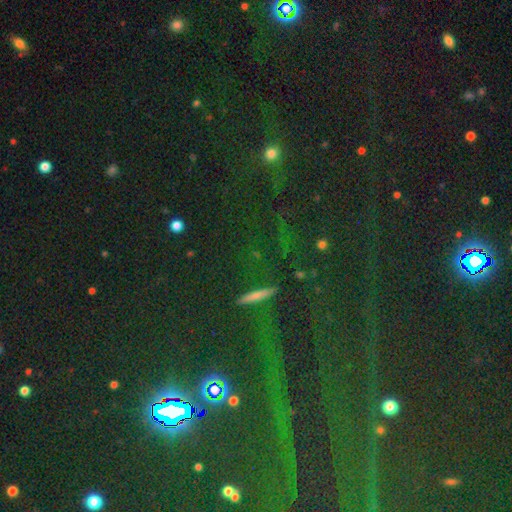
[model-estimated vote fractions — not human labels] Smooth or featured? Predicted: star or artifact (p=0.71).